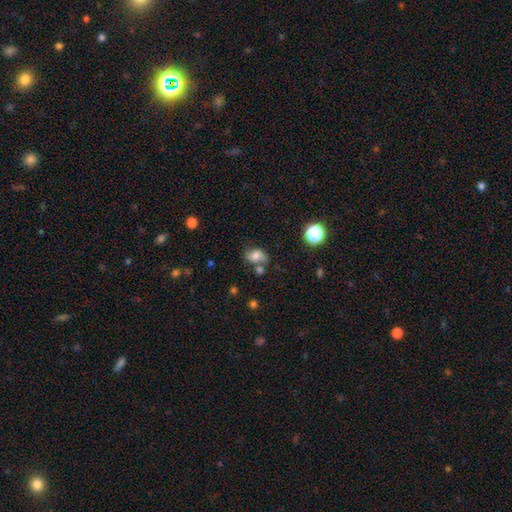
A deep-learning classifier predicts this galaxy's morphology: A smooth galaxy with no disk features (63%) that is in between round and cigar-shaped (69%). Merging: none (48%).